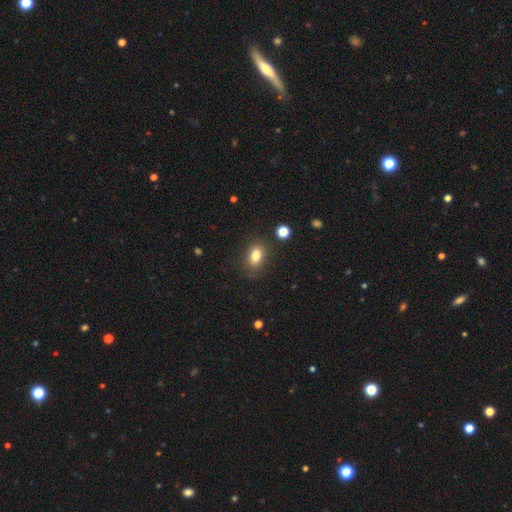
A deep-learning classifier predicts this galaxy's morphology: Q: Smooth or featured?
A: smooth (81%); runner-up: star or artifact (10%)
Q: How rounded?
A: in between (78%); runner-up: round (20%)
Q: Merging?
A: none (83%); runner-up: minor disturbance (11%)